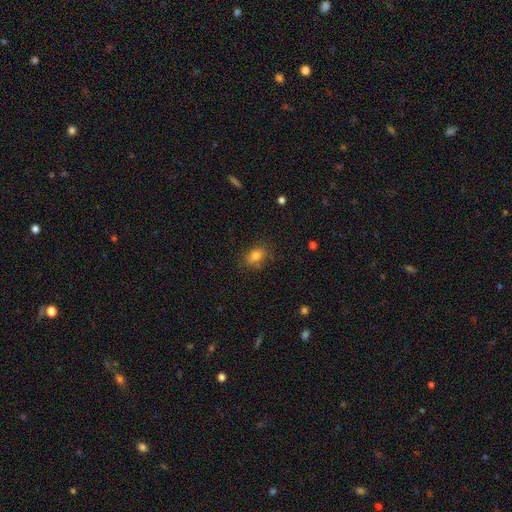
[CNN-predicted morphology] Smooth or featured? Predicted: smooth (p=0.81). How rounded? Predicted: in between (p=0.75). Merging? Predicted: none (p=0.76).